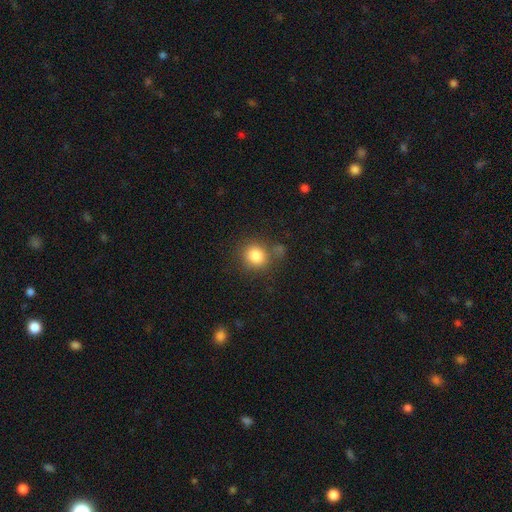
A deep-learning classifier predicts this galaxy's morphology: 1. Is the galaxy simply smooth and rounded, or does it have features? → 83% smooth, 10% star or artifact, 6% featured or disk.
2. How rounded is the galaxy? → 84% round, 15% in between, 1% cigar-shaped.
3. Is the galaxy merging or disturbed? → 73% none, 14% minor disturbance, 8% merger, 5% major disturbance.